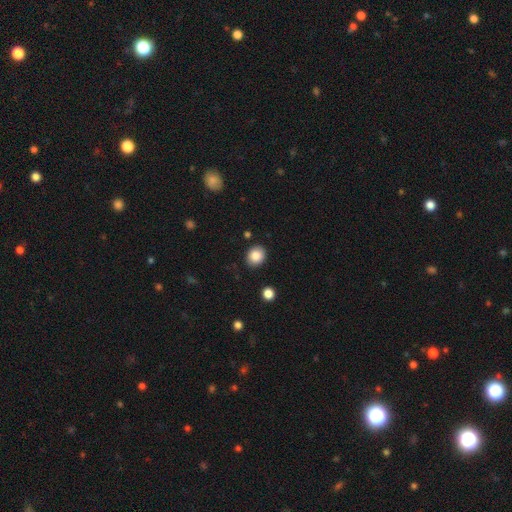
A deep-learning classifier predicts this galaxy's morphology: smooth_or_featured: smooth (p=0.87) [alt: star or artifact p=0.08]
how_rounded: round (p=0.65) [alt: in between p=0.34]
merging: none (p=0.86) [alt: minor disturbance p=0.09]